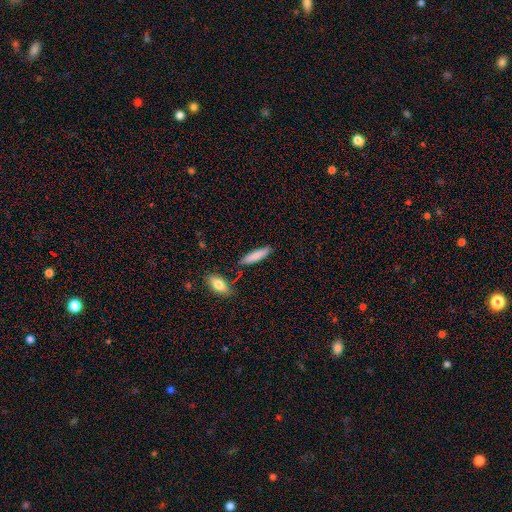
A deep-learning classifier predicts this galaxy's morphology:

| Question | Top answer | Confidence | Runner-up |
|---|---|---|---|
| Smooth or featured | smooth | 82% | featured or disk (11%) |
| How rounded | cigar-shaped | 75% | in between (23%) |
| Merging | none | 82% | minor disturbance (11%) |